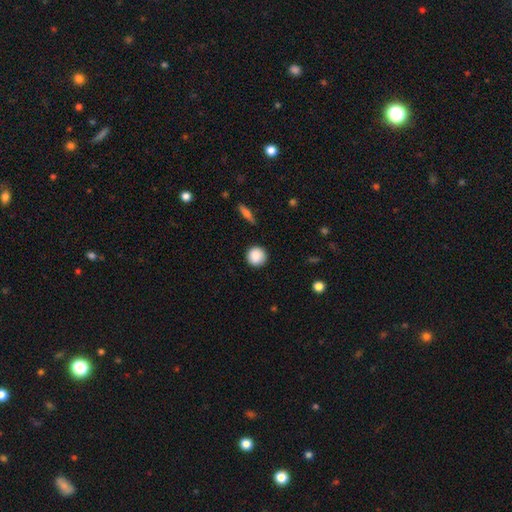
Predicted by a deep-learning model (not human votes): Smooth or featured?
  - smooth: 87% *
  - star or artifact: 8%
  - featured or disk: 5%
How rounded?
  - round: 94% *
  - in between: 5%
  - cigar-shaped: 1%
Merging?
  - none: 88% *
  - minor disturbance: 9%
  - major disturbance: 2%
  - merger: 1%